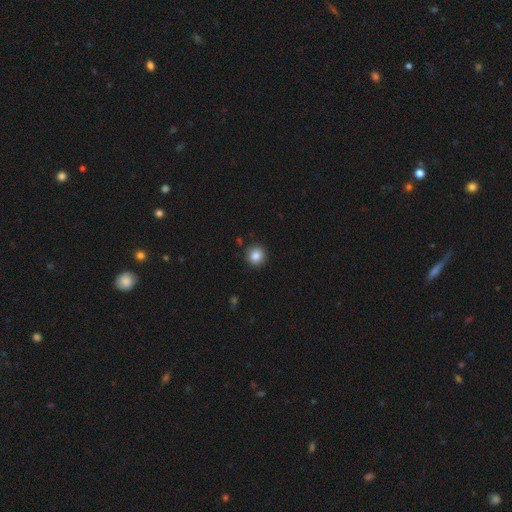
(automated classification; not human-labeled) The model was most divided on "smooth or featured": smooth: 86%, star or artifact: 10%, featured or disk: 5%. More confident: how rounded — round (93%); merging — none (91%).